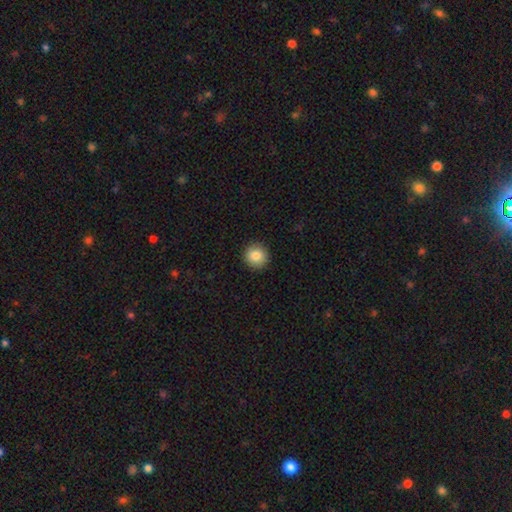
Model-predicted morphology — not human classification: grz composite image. It shows a smooth galaxy with no disk features (85%) that is round (93%). Merging: none (92%).